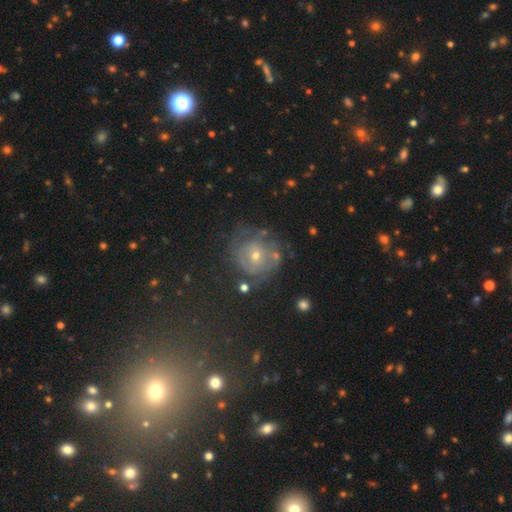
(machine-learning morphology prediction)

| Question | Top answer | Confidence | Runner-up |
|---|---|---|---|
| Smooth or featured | featured or disk | 55% | smooth (25%) |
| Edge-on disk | no | 96% | yes (4%) |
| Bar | no | 75% | weak (20%) |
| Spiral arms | yes | 68% | no (32%) |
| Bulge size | small | 52% | moderate (44%) |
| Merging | none | 64% | minor disturbance (20%) |